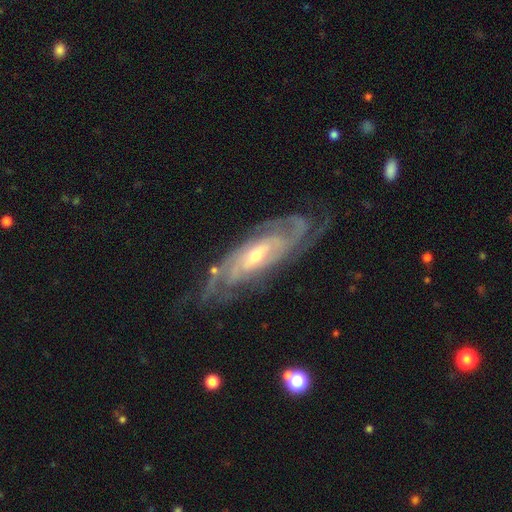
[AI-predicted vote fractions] Overall: featured or disk (90%). Edge-on disk: no (89%). Bar: no (46%; weak 36%). Spiral arms: yes (97%). Spiral arm count: can't tell (30%; 3 21%). Spiral winding: tight (71%). Bulge size: small (53%; moderate 43%). Merging: none (75%).